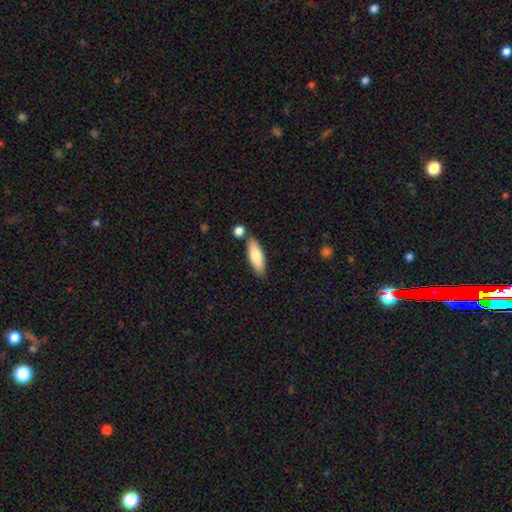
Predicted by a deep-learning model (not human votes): This appears to be a smooth galaxy with no disk features (76%) that is in between round and cigar-shaped (56%). Merging: none (78%).